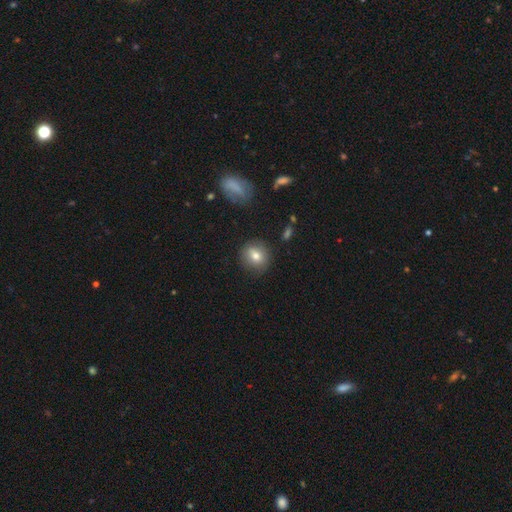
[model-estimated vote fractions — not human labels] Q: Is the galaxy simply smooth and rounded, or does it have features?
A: smooth — 76%.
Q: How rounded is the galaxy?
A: round — 81%.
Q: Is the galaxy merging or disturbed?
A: none — 84%.